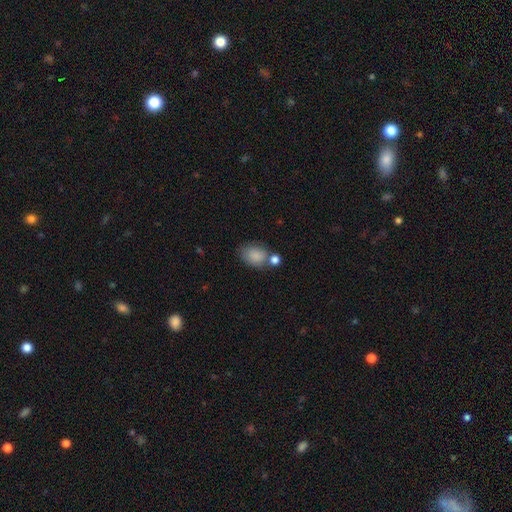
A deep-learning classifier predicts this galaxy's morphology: Smooth or featured? smooth (86%)
How rounded? in between (73%)
Merging? none (53%)